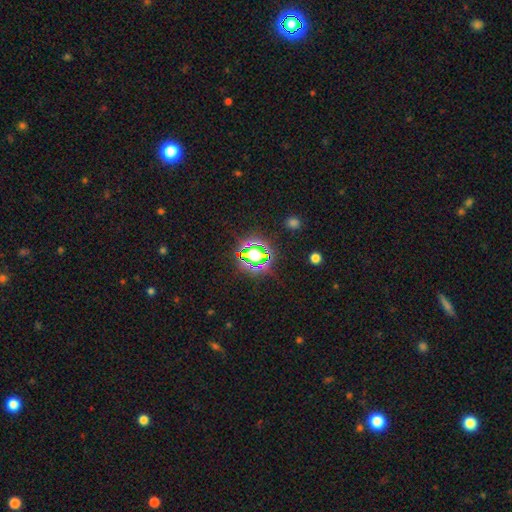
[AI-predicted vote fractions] Morphology: type=star or artifact (53%).